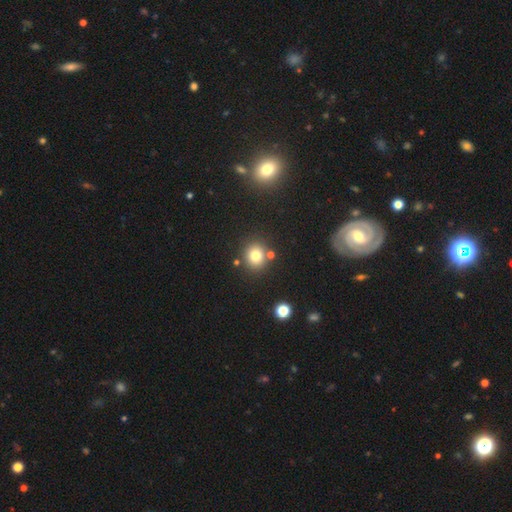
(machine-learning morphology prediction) The model was most divided on "how rounded": round: 81%, in between: 18%, cigar-shaped: 1%. More confident: merging — none (79%); smooth or featured — smooth (79%).